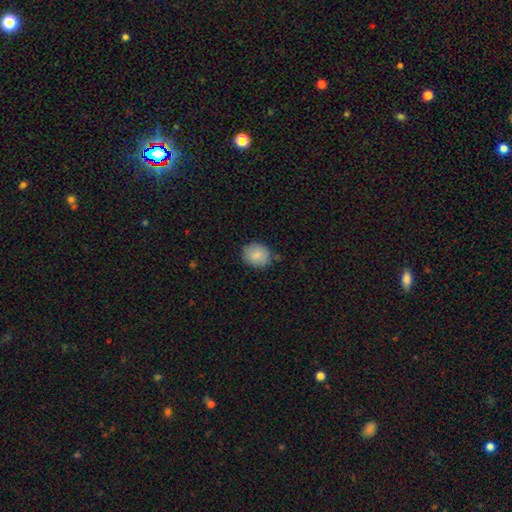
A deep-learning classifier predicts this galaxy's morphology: The model was most divided on "how rounded": round: 66%, in between: 33%, cigar-shaped: 1%. More confident: smooth or featured — smooth (86%); merging — none (79%).